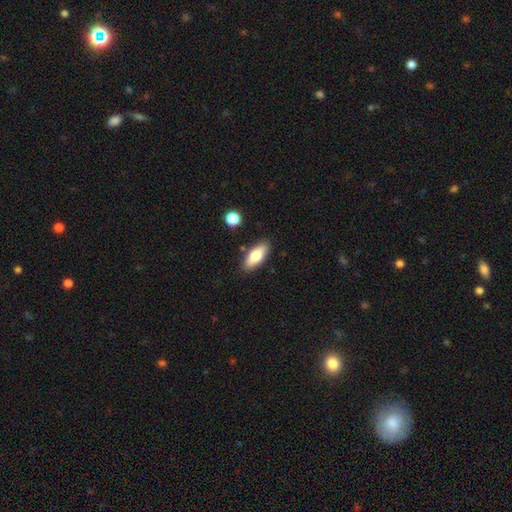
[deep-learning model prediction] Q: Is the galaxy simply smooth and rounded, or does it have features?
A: smooth — 76%.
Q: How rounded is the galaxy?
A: in between — 77%.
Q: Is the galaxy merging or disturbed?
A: none — 85%.